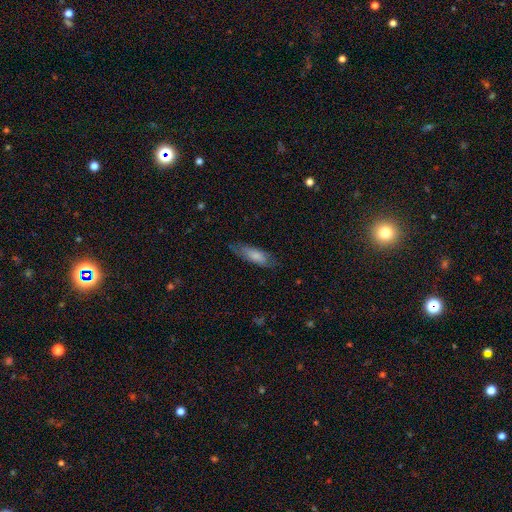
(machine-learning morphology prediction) The model was most divided on "how rounded": in between: 52%, cigar-shaped: 46%, round: 2%. More confident: smooth or featured — smooth (75%); merging — none (70%).